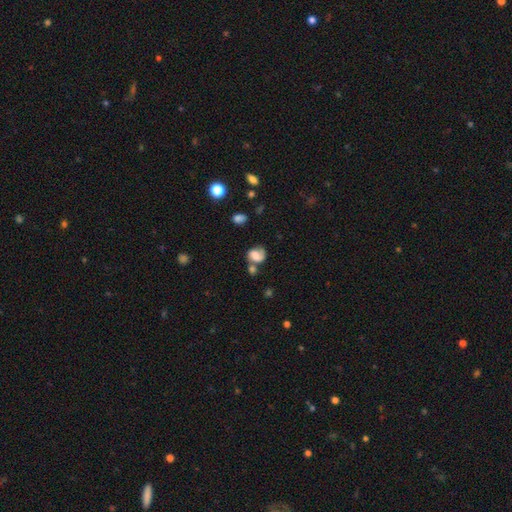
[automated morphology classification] type=smooth (47%); merging=none (40%).